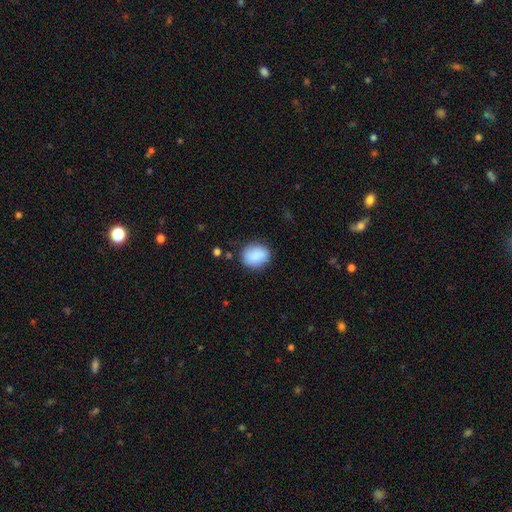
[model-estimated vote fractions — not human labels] Morphology: type=smooth (88%); roundness=round (61%); merging=none (82%).